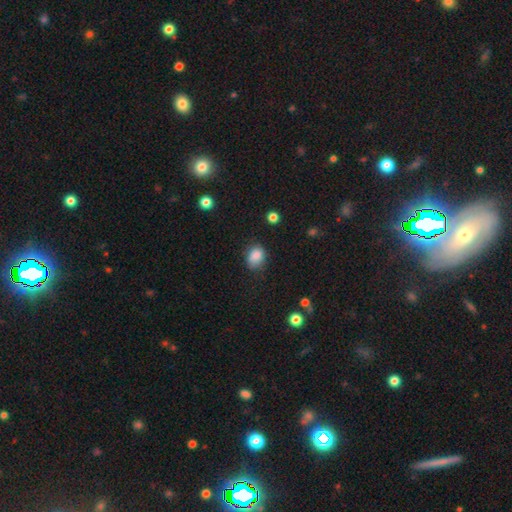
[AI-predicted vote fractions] Q: Smooth or featured?
A: smooth (86%); runner-up: star or artifact (9%)
Q: How rounded?
A: in between (62%); runner-up: round (37%)
Q: Merging?
A: none (70%); runner-up: minor disturbance (23%)